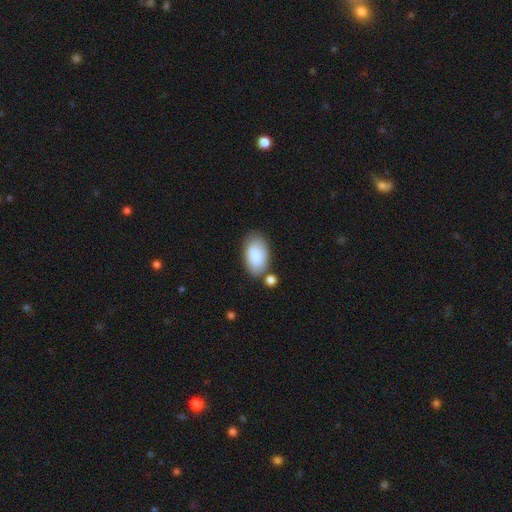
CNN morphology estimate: This appears to be a smooth galaxy with no disk features (86%) that is in between round and cigar-shaped (95%). Merging: none (66%).